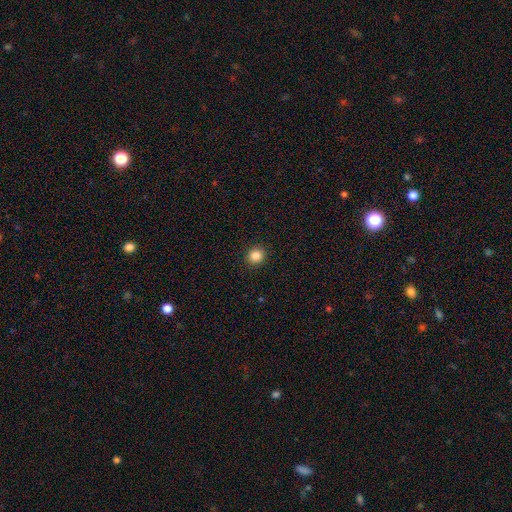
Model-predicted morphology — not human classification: smooth_or_featured: smooth (p=0.85) [alt: star or artifact p=0.11]
how_rounded: round (p=0.88) [alt: in between p=0.11]
merging: none (p=0.92) [alt: minor disturbance p=0.05]